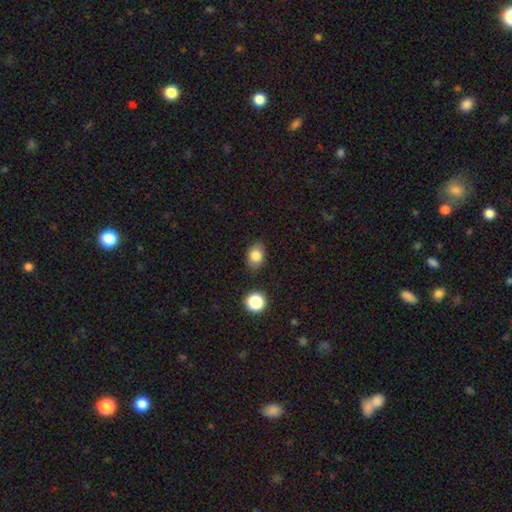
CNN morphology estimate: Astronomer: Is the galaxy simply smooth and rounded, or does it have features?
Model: smooth — 82%.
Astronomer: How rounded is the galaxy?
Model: in between — 69%.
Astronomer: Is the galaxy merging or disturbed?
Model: none — 84%.